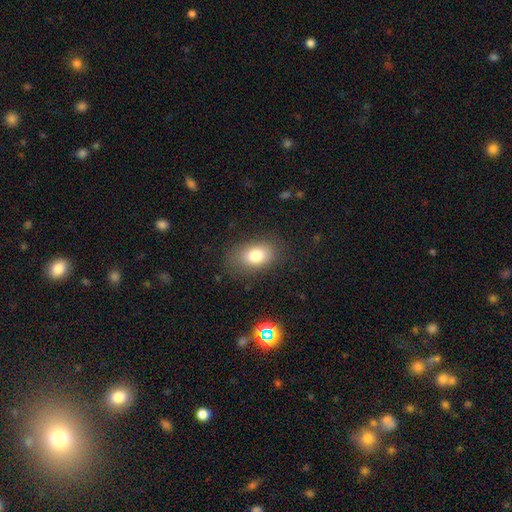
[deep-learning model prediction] smooth 78%, featured or disk 11%, star or artifact 10%. Down the decision tree: how rounded — in between (84%); merging — none (80%).